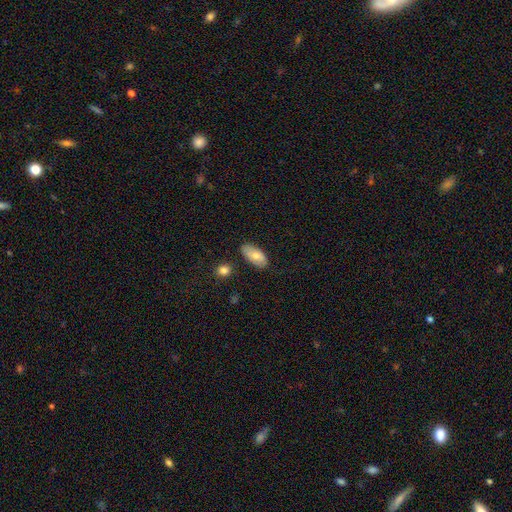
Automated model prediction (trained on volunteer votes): Morphology: type=smooth (73%); roundness=in between (92%); merging=none (79%).